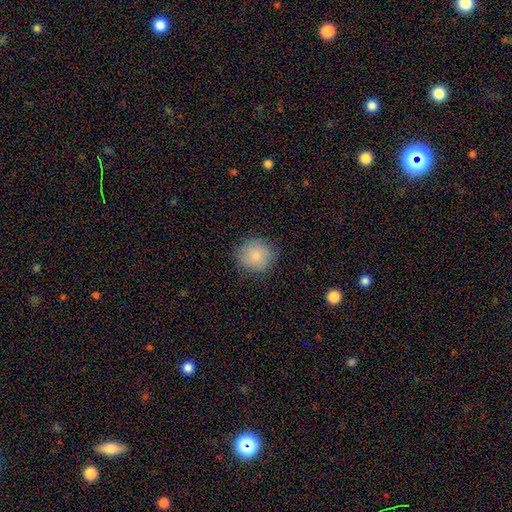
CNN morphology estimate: Q: Smooth or featured?
A: smooth (84%); runner-up: star or artifact (8%)
Q: How rounded?
A: round (89%); runner-up: in between (10%)
Q: Merging?
A: none (84%); runner-up: minor disturbance (12%)